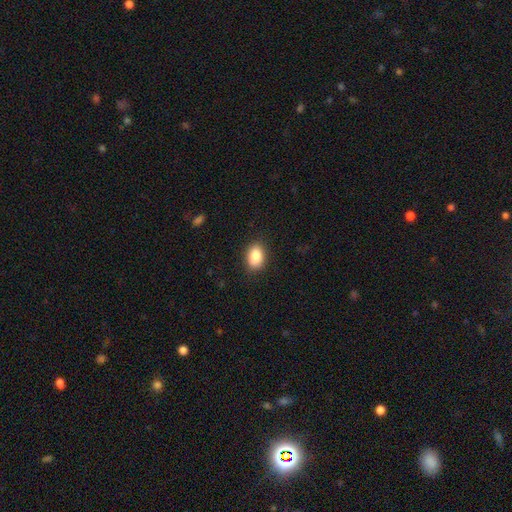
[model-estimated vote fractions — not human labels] This is clearly a smooth galaxy (85%). How rounded: clearly in between (82%). Merging: clearly none (85%).